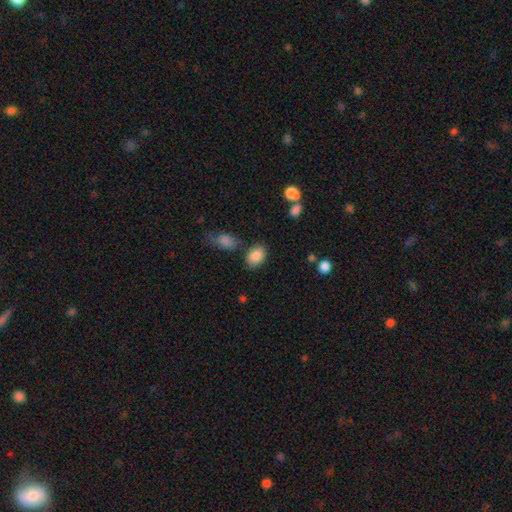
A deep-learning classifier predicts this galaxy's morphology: Smooth or featured: smooth — 87% (star or artifact — 8%)
How rounded: in between — 78% (round — 21%)
Merging: none — 73% (minor disturbance — 15%)